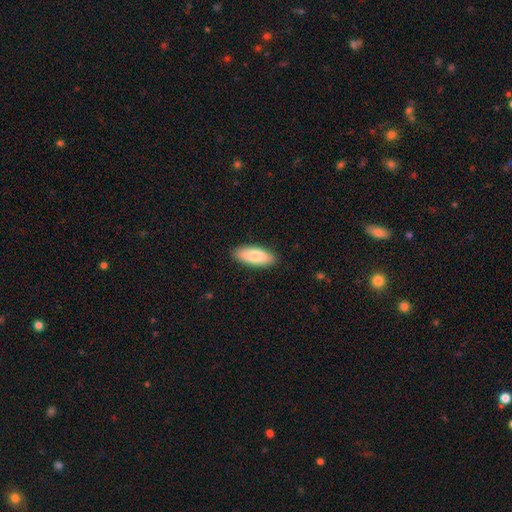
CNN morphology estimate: Q: Smooth or featured?
A: smooth (82%); runner-up: featured or disk (13%)
Q: How rounded?
A: in between (77%); runner-up: cigar-shaped (21%)
Q: Merging?
A: none (88%); runner-up: minor disturbance (9%)